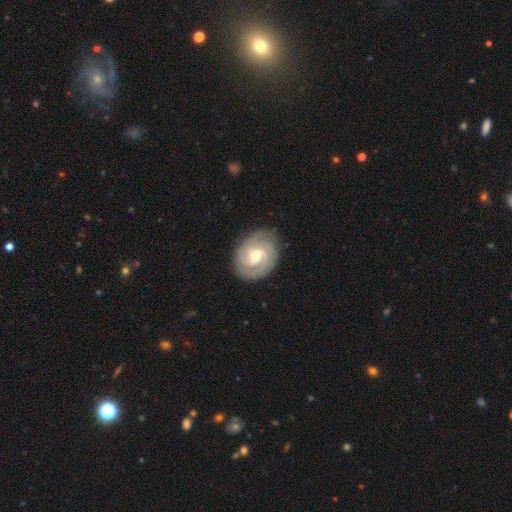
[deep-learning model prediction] Overall: featured or disk (84%). Edge-on disk: no (97%). Bar: weak (46%; no 45%). Spiral arms: yes (96%). Spiral arm count: 2 (53%; 3 20%). Spiral winding: tight (66%; medium 29%). Bulge size: moderate (56%; small 39%). Merging: none (83%).